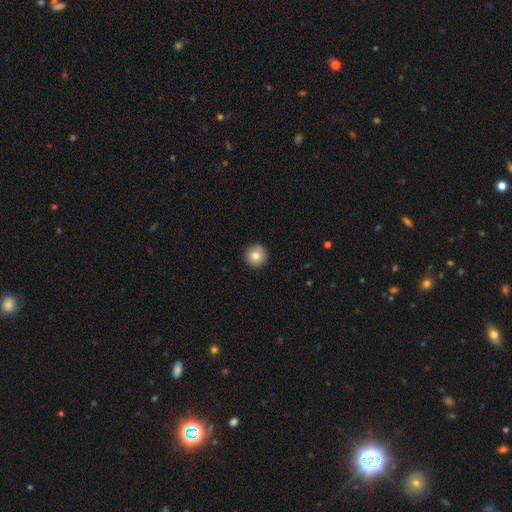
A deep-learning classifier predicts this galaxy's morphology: Smooth or featured? Predicted: smooth (p=0.80). How rounded? Predicted: round (p=0.95). Merging? Predicted: none (p=0.93).